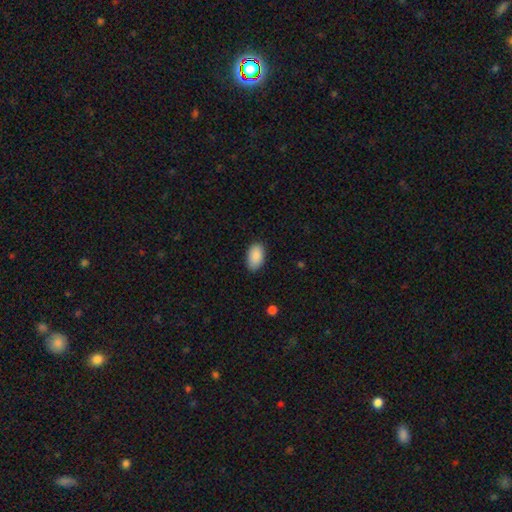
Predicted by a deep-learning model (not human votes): This appears to be a smooth galaxy with no disk features (89%) that is in between round and cigar-shaped (94%). Merging: none (85%).